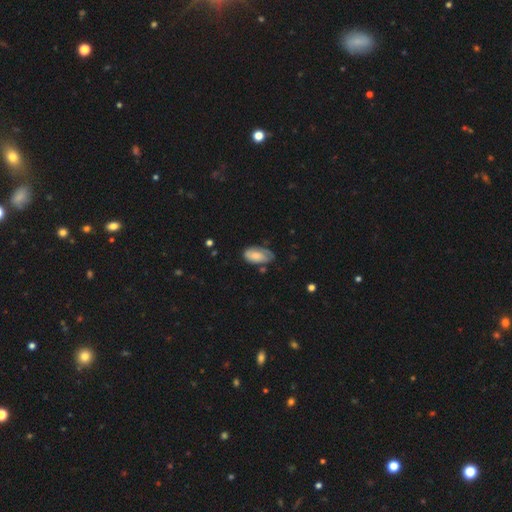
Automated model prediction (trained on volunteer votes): smooth-or-featured: smooth: 67% | featured or disk: 26% | star or artifact: 7%
  how-rounded: in between: 93% | cigar-shaped: 4% | round: 4%
  merging: none: 54% | minor disturbance: 33% | major disturbance: 10% | merger: 3%